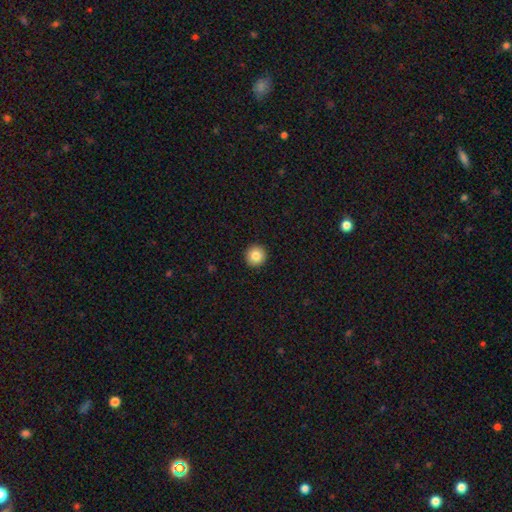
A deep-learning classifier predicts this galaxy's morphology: smooth_or_featured: smooth (p=0.84) [alt: star or artifact p=0.09]
how_rounded: round (p=0.96) [alt: in between p=0.03]
merging: none (p=0.94) [alt: minor disturbance p=0.04]